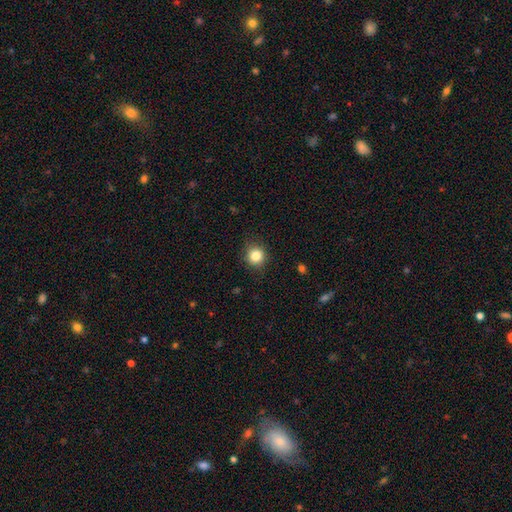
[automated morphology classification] This appears to be a smooth galaxy with no disk features (84%) that is round (91%). Merging: none (88%).